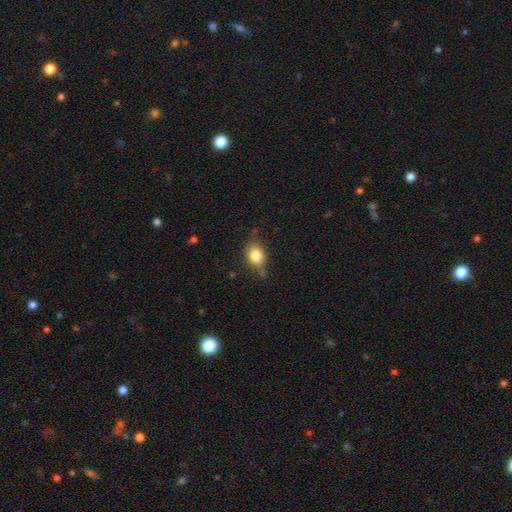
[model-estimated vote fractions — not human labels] smooth 81%, featured or disk 10%, star or artifact 9%. Down the decision tree: how rounded — in between (61%); merging — none (61%).